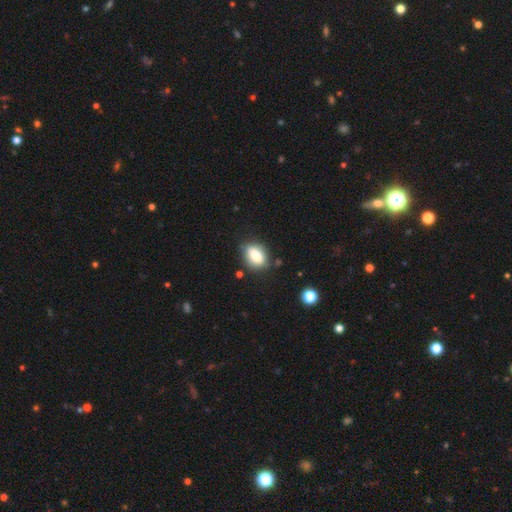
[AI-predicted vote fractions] The model was most divided on "merging": none: 74%, minor disturbance: 19%, major disturbance: 4%, merger: 3%. More confident: smooth or featured — smooth (83%); how rounded — in between (80%).